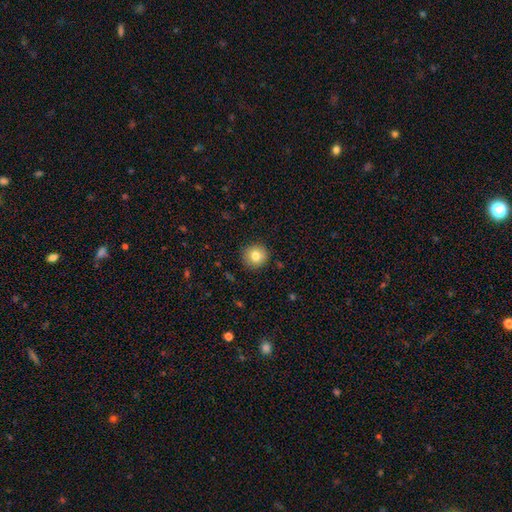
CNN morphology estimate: A smooth galaxy with no disk features (81%) that is round (93%).

Vote fractions:
- Smooth or featured? smooth: 81% / star or artifact: 10% / featured or disk: 9%
- How rounded? round: 93% / in between: 6% / cigar-shaped: 1%
- Merging? none: 90% / minor disturbance: 7% / major disturbance: 2% / merger: 1%